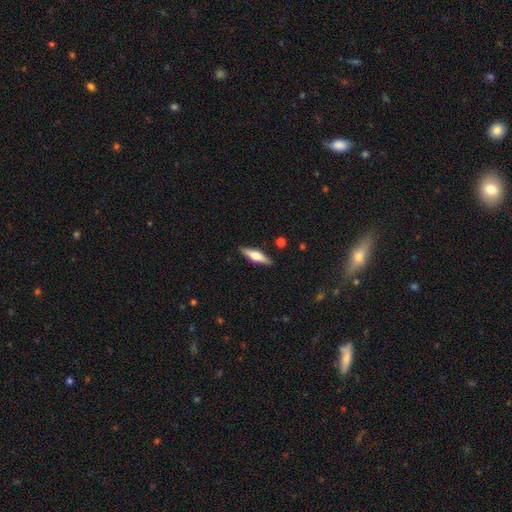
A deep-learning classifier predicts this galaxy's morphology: This appears to be a featured or disk galaxy (49%). Merging: none (88%).